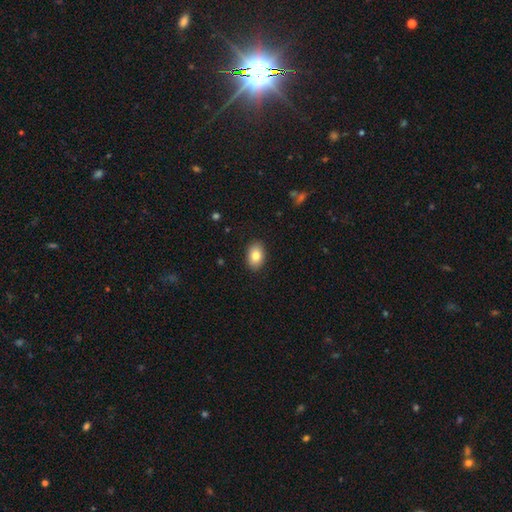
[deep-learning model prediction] Smooth or featured?
  - smooth: 83% *
  - featured or disk: 10%
  - star or artifact: 7%
How rounded?
  - in between: 86% *
  - round: 13%
  - cigar-shaped: 1%
Merging?
  - none: 89% *
  - minor disturbance: 8%
  - major disturbance: 2%
  - merger: 1%